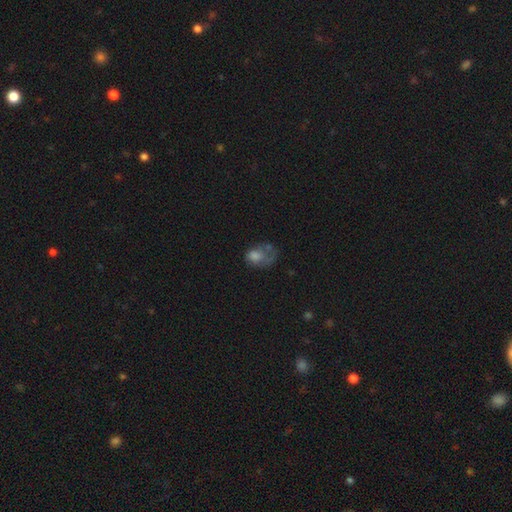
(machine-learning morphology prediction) This is possibly a smooth galaxy (54%). How rounded: likely in between (67%). Merging: marginally major disturbance (42%).